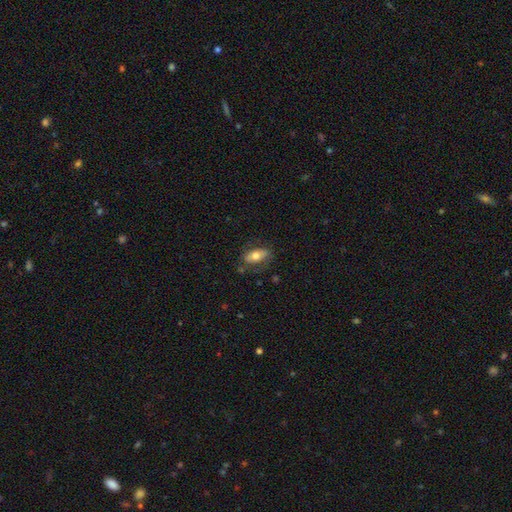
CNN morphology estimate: The model was most divided on "smooth or featured": smooth: 64%, featured or disk: 29%, star or artifact: 7%. More confident: how rounded — in between (89%); merging — none (68%).